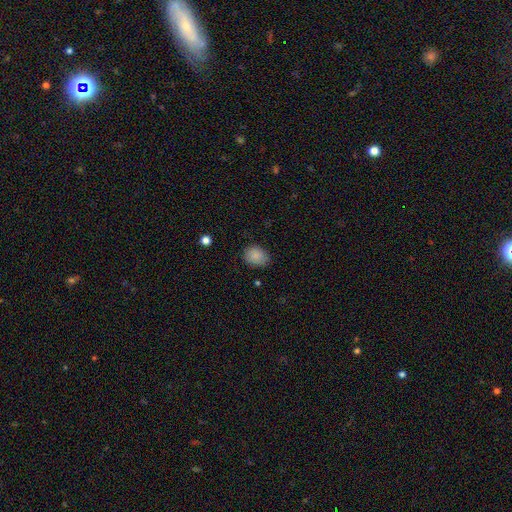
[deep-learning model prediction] This appears to be a smooth galaxy with no disk features (87%) that is in between round and cigar-shaped (53%). Merging: none (76%).